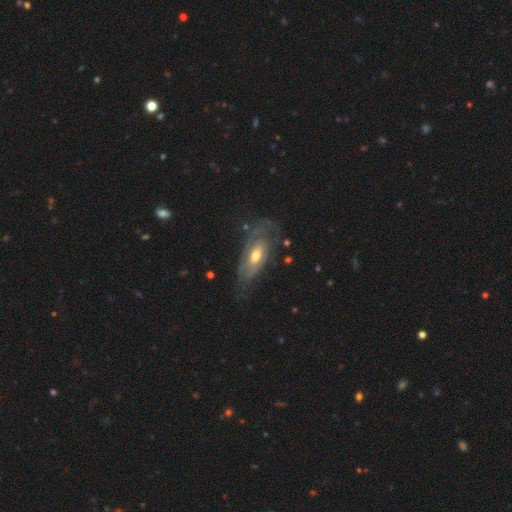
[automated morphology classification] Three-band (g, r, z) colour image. It shows a featured or disk galaxy (73%) with no bar (64%), spiral arms (76%) and a moderate central bulge (70%). Merging: none (57%).